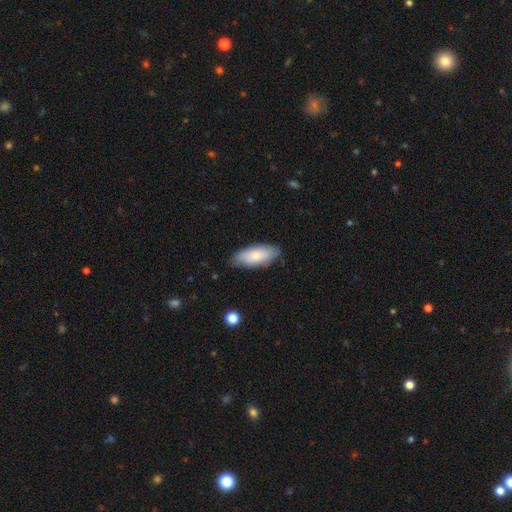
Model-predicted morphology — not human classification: Overall: smooth (76%). How rounded: in between (83%). Merging: none (76%).